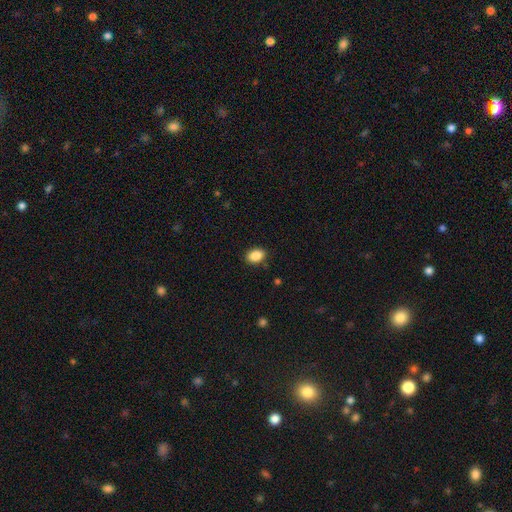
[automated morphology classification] smooth_or_featured: smooth (p=0.88) [alt: star or artifact p=0.08]
how_rounded: in between (p=0.80) [alt: round p=0.19]
merging: none (p=0.87) [alt: minor disturbance p=0.10]